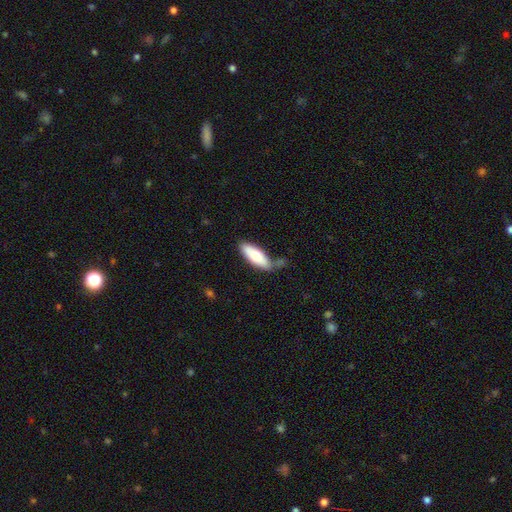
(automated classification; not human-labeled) smooth 71%, featured or disk 23%, star or artifact 6%. Down the decision tree: how rounded — in between (70%); merging — none (62%).